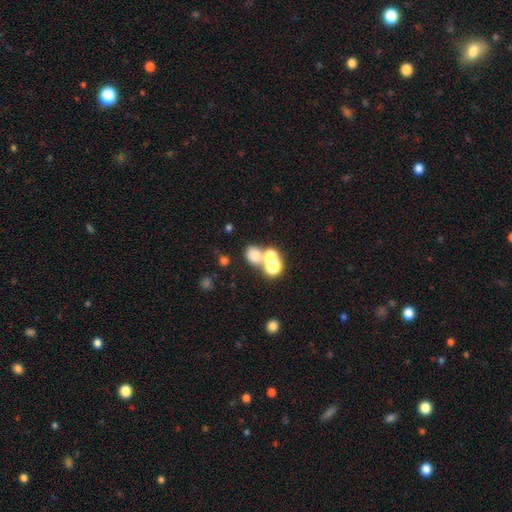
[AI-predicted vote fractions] Smooth or featured?
  - smooth: 62% *
  - star or artifact: 22%
  - featured or disk: 16%
How rounded?
  - round: 71% *
  - in between: 28%
  - cigar-shaped: 1%
Merging?
  - merger: 47% *
  - none: 41%
  - minor disturbance: 7%
  - major disturbance: 5%